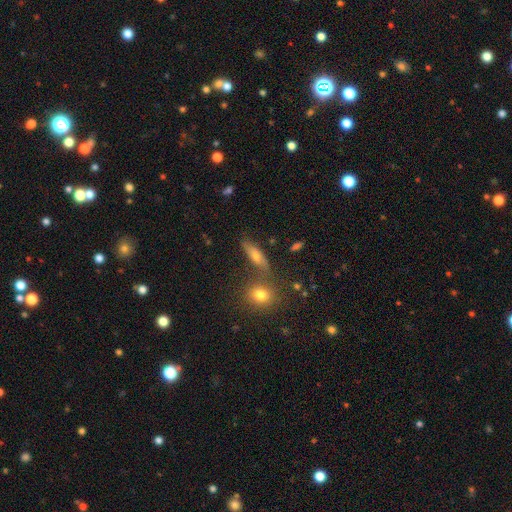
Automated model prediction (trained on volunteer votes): The model was most divided on "how rounded": in between: 50%, cigar-shaped: 40%, round: 9%. More confident: smooth or featured — smooth (68%); merging — none (63%).